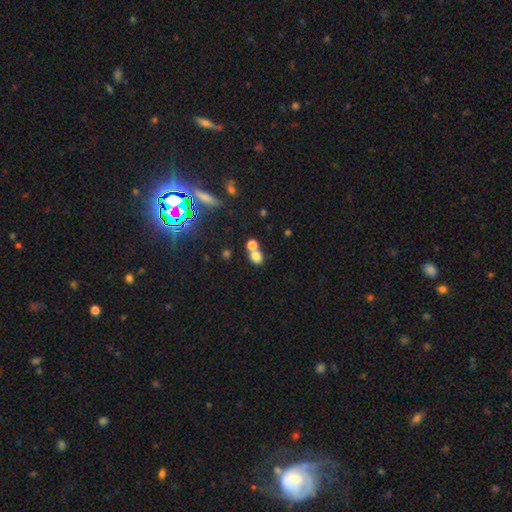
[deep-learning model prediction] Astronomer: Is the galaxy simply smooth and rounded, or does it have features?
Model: smooth — 77%.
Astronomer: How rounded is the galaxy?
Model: round — 60% (runner-up: in between, 39%).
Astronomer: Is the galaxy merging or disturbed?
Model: none — 45% (runner-up: merger, 44%).